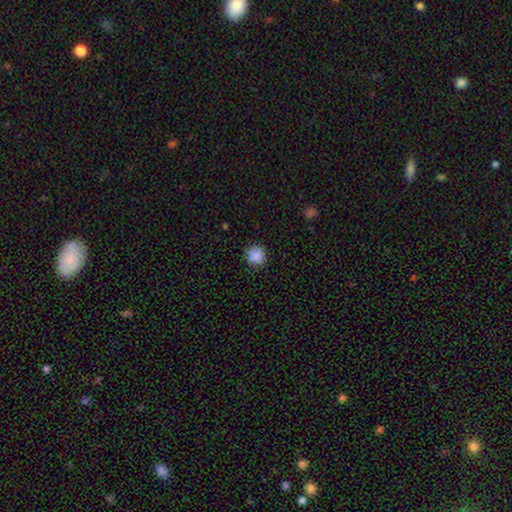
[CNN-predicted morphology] A smooth galaxy with no disk features (88%) that is round (93%).

Vote fractions:
- Smooth or featured? smooth: 88% / star or artifact: 9% / featured or disk: 3%
- How rounded? round: 93% / in between: 6% / cigar-shaped: 1%
- Merging? none: 88% / minor disturbance: 8% / major disturbance: 2% / merger: 1%